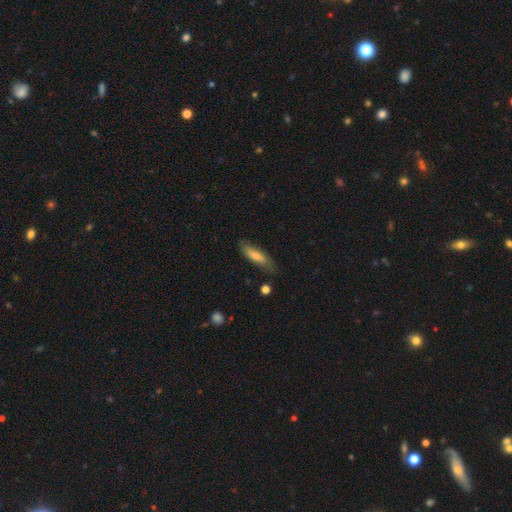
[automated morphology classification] Q: Smooth or featured?
A: smooth (65%); runner-up: featured or disk (29%)
Q: How rounded?
A: cigar-shaped (58%); runner-up: in between (40%)
Q: Merging?
A: none (74%); runner-up: minor disturbance (19%)